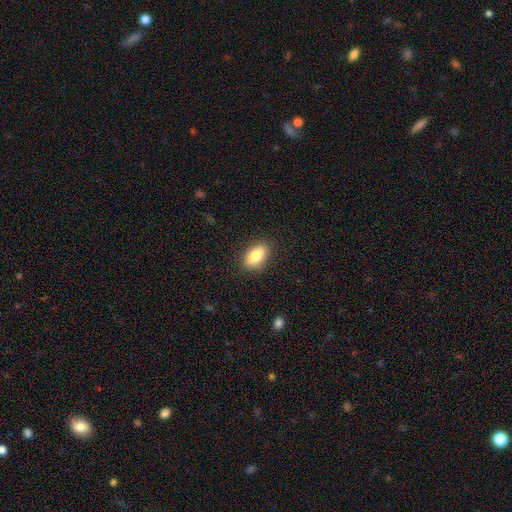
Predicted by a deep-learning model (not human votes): A smooth galaxy with no disk features (83%) that is in between round and cigar-shaped (88%). Merging: none (87%).